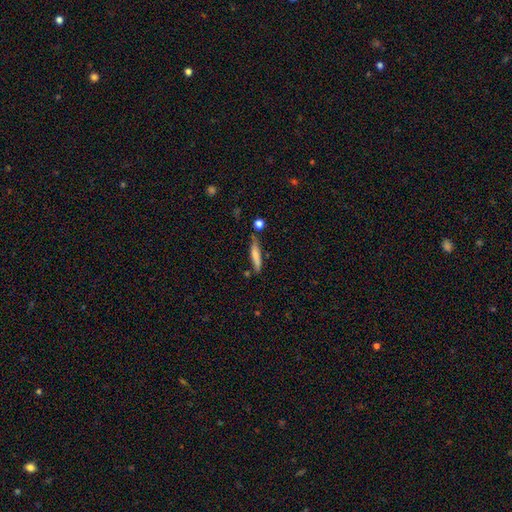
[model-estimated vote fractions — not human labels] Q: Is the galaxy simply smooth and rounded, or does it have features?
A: smooth — 70%.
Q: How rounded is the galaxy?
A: cigar-shaped — 87%.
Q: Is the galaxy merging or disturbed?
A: none — 68%.